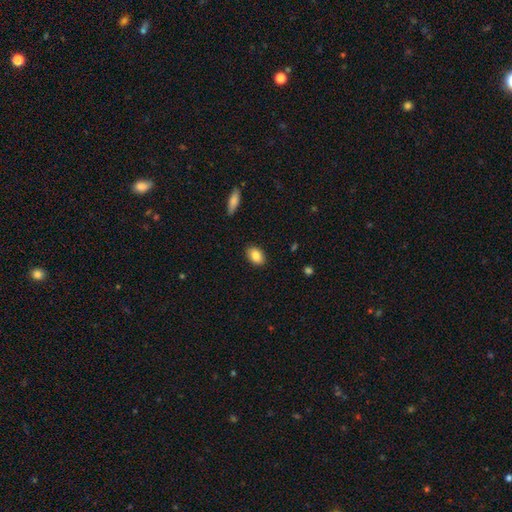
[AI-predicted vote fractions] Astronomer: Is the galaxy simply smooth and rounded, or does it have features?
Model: smooth — 86%.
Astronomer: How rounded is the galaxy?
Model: in between — 86%.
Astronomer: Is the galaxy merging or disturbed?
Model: none — 89%.